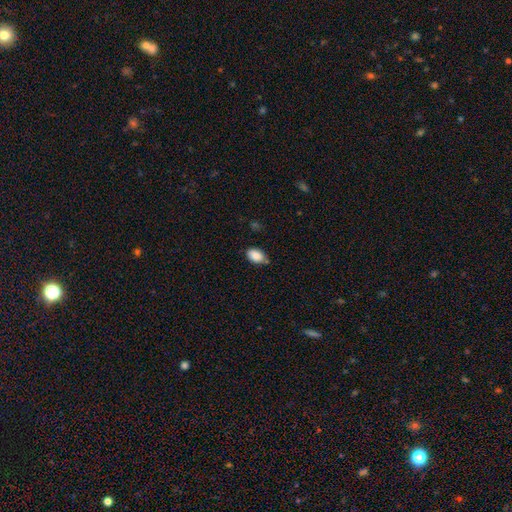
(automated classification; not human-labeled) Smooth or featured: smooth — 88% (star or artifact — 7%)
How rounded: in between — 90% (round — 9%)
Merging: none — 71% (minor disturbance — 22%)